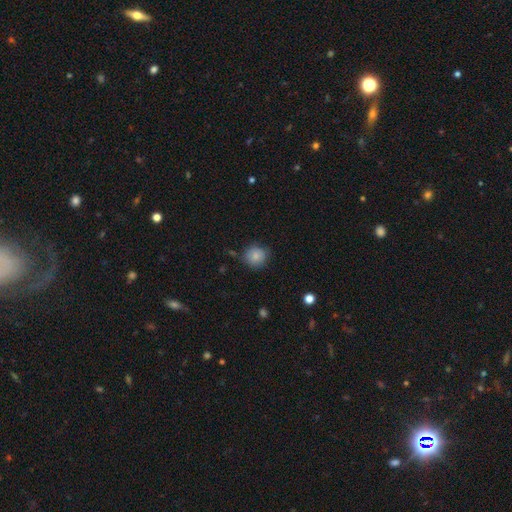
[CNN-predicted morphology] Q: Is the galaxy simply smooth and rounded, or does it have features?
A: smooth — 84%.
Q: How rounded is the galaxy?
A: round — 89%.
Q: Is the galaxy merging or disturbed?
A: none — 79%.